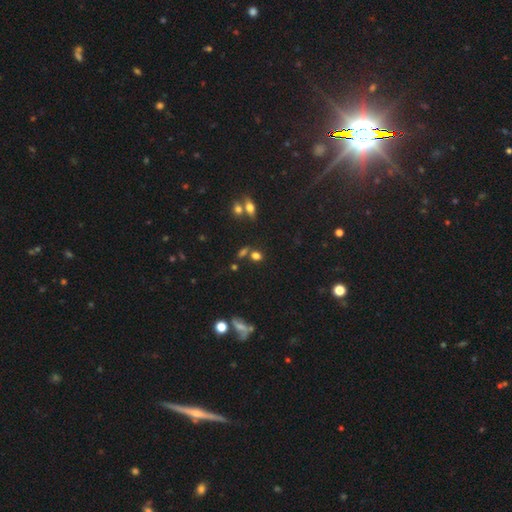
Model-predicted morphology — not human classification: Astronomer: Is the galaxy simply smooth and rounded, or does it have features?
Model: smooth — 67%.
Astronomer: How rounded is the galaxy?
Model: in between — 50% (runner-up: round, 46%).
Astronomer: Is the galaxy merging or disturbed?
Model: none — 61%.